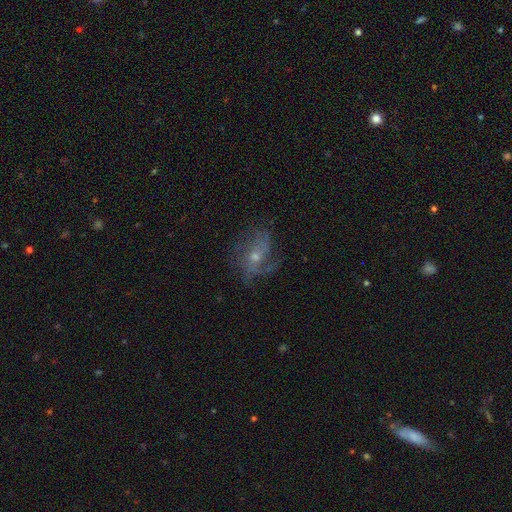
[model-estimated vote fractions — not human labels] A featured or disk galaxy (74%) with no bar (71%), 2 (29%) medium (42%) spiral arms (88%) and a small central bulge (50%).

Vote fractions:
- Smooth or featured? featured or disk: 74% / smooth: 15% / star or artifact: 11%
- Edge-on disk? no: 97% / yes: 3%
- Bar? no: 71% / weak: 25% / strong: 4%
- Spiral arms? yes: 88% / no: 12%
- Spiral winding? medium: 42% / loose: 38% / tight: 20%
- Spiral arm count? 2: 29% / can't tell: 24% / 3: 23% / 1: 13% / 4: 6% / more than 4: 5%
- Bulge size? small: 50% / moderate: 44% / large: 2% / none: 2% / dominant: 1%
- Merging? none: 58% / minor disturbance: 20% / major disturbance: 20% / merger: 2%